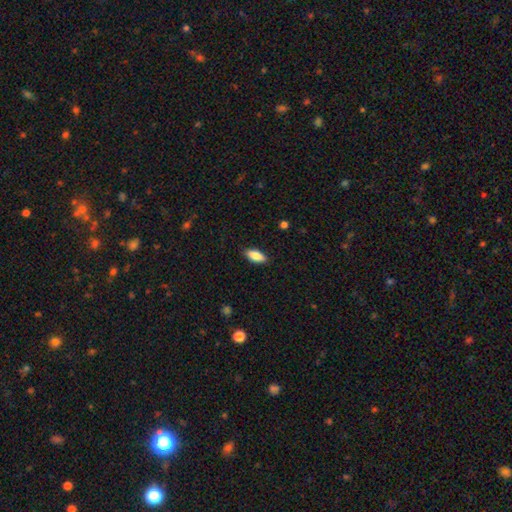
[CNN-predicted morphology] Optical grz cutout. It shows a smooth galaxy with no disk features (82%) that is in between round and cigar-shaped (83%). Merging: none (88%).